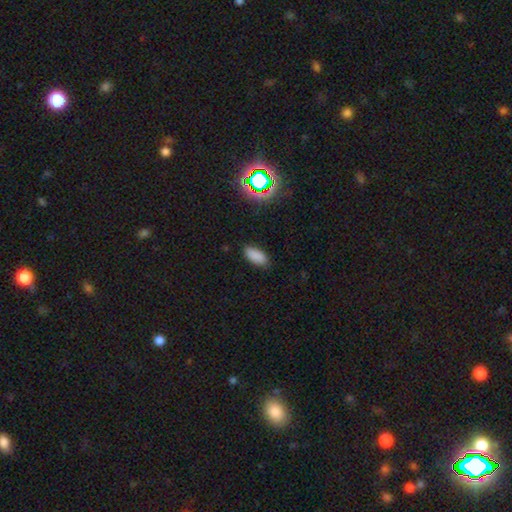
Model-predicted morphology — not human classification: This is clearly a smooth galaxy (84%). How rounded: clearly in between (90%). Merging: clearly none (86%).